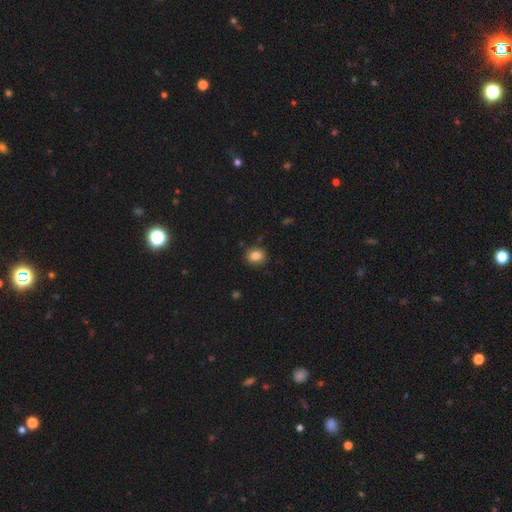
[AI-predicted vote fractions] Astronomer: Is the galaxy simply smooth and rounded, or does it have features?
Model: smooth — 85%.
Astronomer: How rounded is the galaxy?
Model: round — 59% (runner-up: in between, 40%).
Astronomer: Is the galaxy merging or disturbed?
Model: none — 87%.